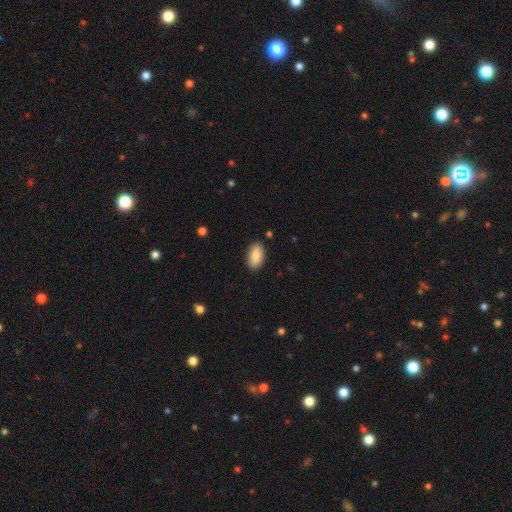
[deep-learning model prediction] A smooth galaxy with no disk features (87%) that is in between round and cigar-shaped (94%). Merging: none (88%).